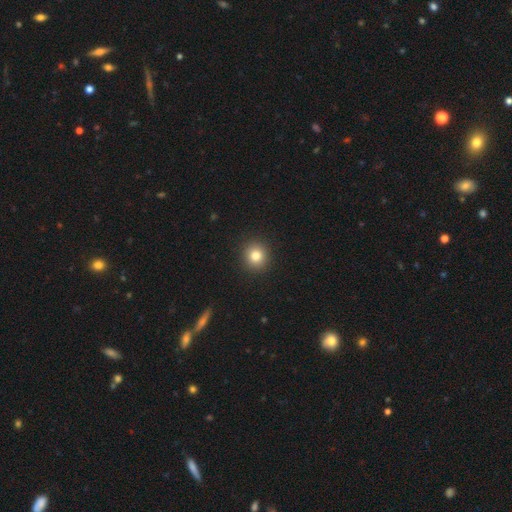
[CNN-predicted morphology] Q: Smooth or featured?
A: smooth (82%); runner-up: star or artifact (11%)
Q: How rounded?
A: round (89%); runner-up: in between (10%)
Q: Merging?
A: none (92%); runner-up: minor disturbance (5%)